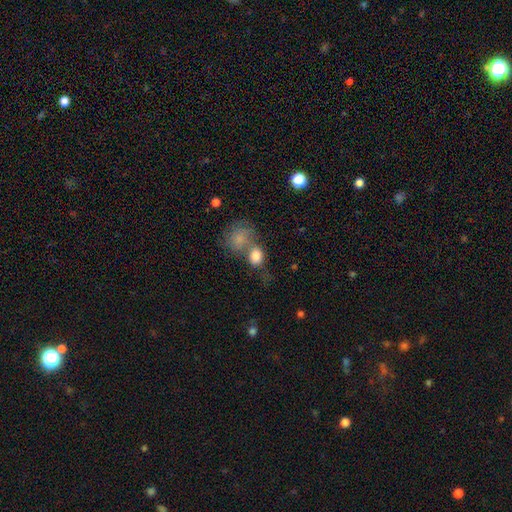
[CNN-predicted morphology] smooth 81%, featured or disk 10%, star or artifact 8%. Down the decision tree: how rounded — in between (54%); merging — merger (44%).